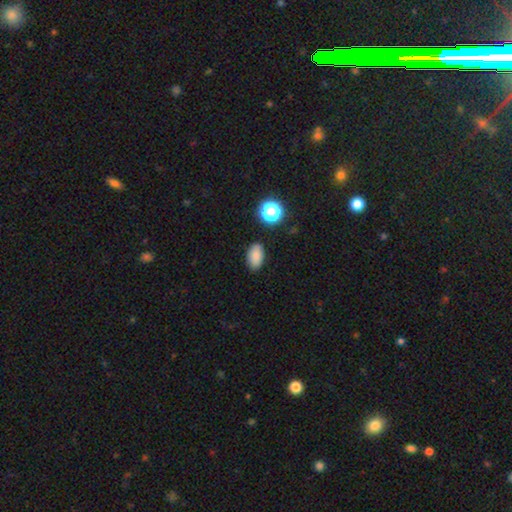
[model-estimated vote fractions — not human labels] This appears to be a smooth galaxy with no disk features (85%) that is in between round and cigar-shaped (91%). Merging: none (85%).